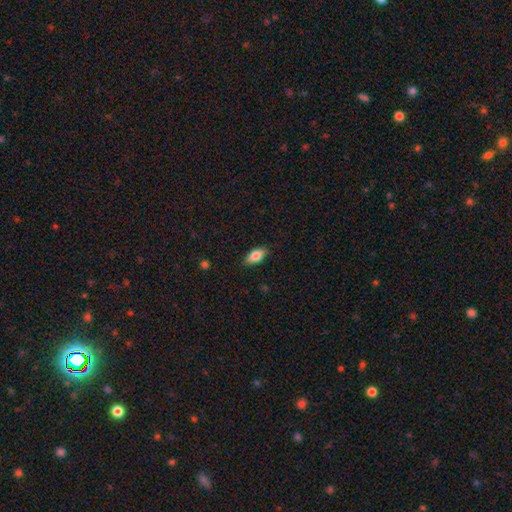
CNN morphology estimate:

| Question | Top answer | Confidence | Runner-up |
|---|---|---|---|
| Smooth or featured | smooth | 83% | featured or disk (10%) |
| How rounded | in between | 89% | cigar-shaped (7%) |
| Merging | none | 85% | minor disturbance (12%) |